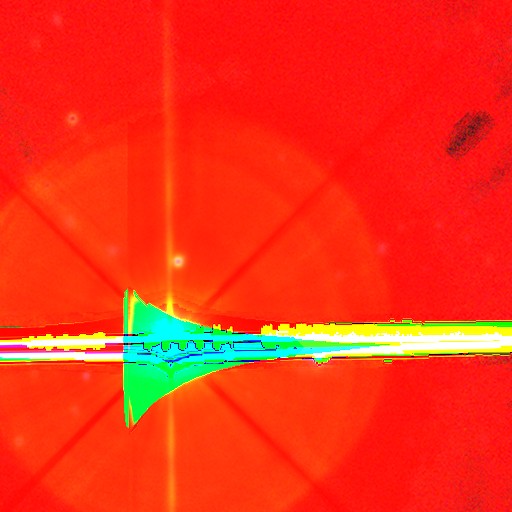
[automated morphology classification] The model was most divided on "smooth or featured": star or artifact: 90%, featured or disk: 6%, smooth: 4%.